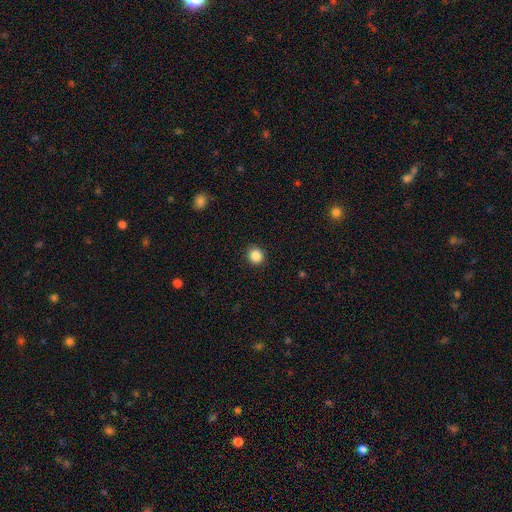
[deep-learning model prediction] smooth 86%, star or artifact 10%, featured or disk 3%. Down the decision tree: how rounded — round (85%); merging — none (91%).